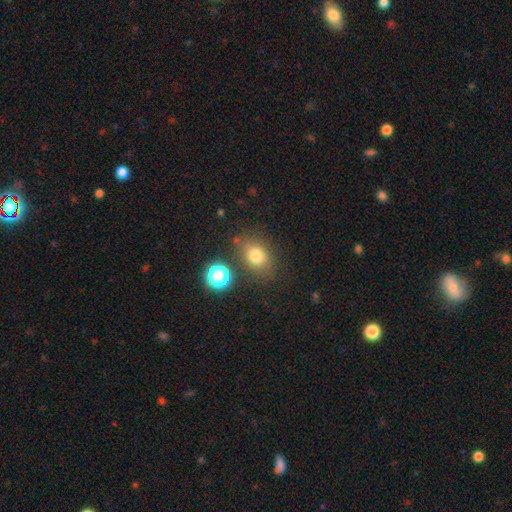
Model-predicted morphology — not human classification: The model was most divided on "how rounded": in between: 59%, round: 40%, cigar-shaped: 1%. More confident: smooth or featured — smooth (77%); merging — none (76%).